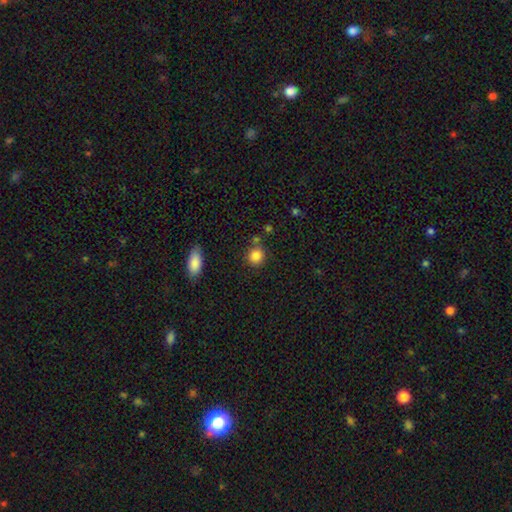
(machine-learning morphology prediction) type=smooth (86%); roundness=round (86%); merging=none (76%).